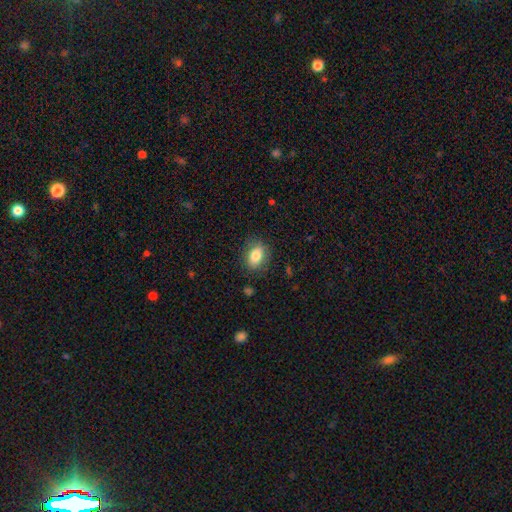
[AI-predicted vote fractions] Overall: smooth (81%). How rounded: in between (79%). Merging: none (80%).